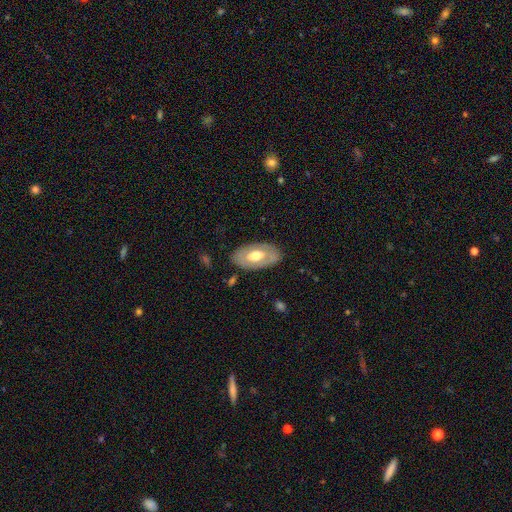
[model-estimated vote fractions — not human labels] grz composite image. It shows a featured or disk galaxy (48%). Merging: none (82%).